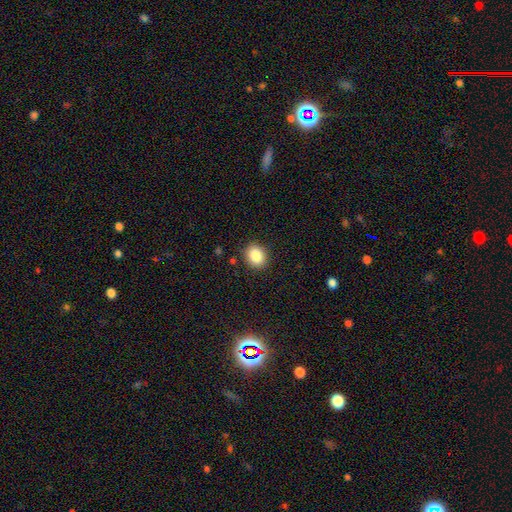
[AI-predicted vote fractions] Overall: smooth (86%). How rounded: round (60%; in between 39%). Merging: none (89%).